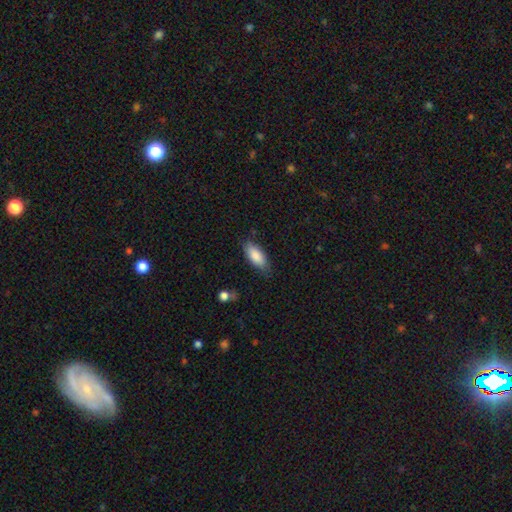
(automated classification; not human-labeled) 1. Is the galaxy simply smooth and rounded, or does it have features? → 86% smooth, 8% featured or disk, 6% star or artifact.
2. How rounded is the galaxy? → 84% in between, 14% cigar-shaped, 2% round.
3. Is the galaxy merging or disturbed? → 76% none, 18% minor disturbance, 4% major disturbance, 2% merger.